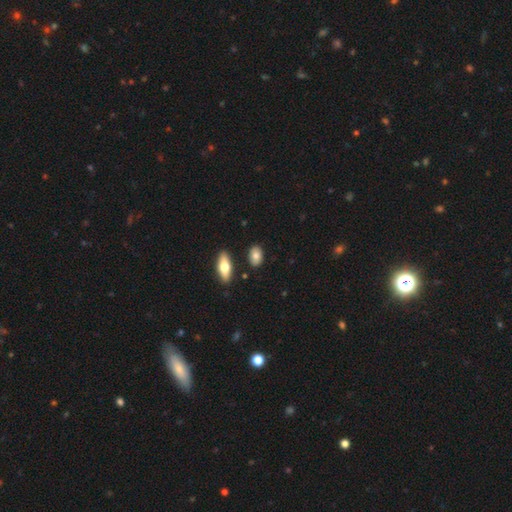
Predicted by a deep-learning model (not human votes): Smooth or featured: smooth — 78% (featured or disk — 15%)
How rounded: in between — 87% (round — 10%)
Merging: none — 83% (minor disturbance — 10%)